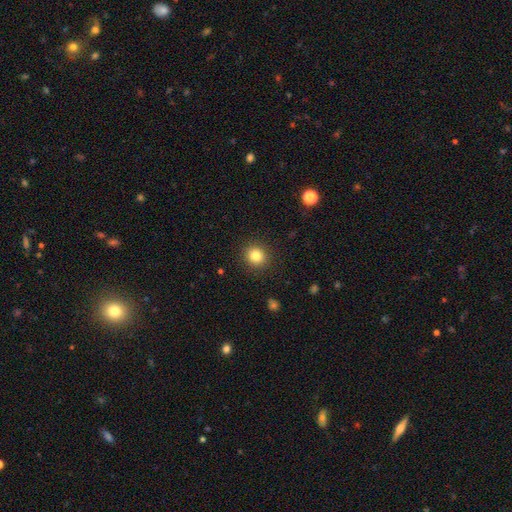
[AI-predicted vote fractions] This is clearly a smooth galaxy (83%). How rounded: clearly round (88%). Merging: clearly none (91%).